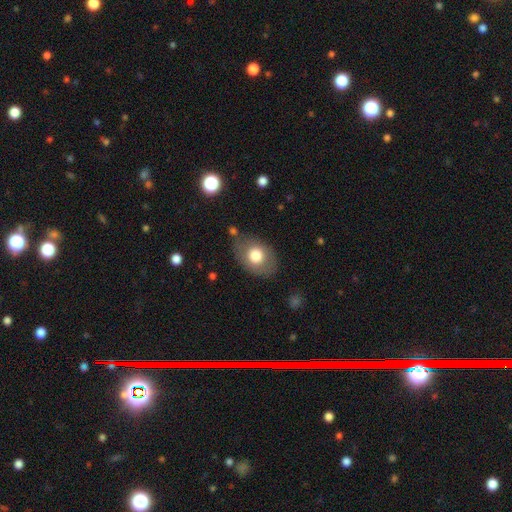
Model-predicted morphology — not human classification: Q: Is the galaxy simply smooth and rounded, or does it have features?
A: smooth — 73%.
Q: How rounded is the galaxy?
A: in between — 72%.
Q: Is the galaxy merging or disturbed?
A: none — 75%.